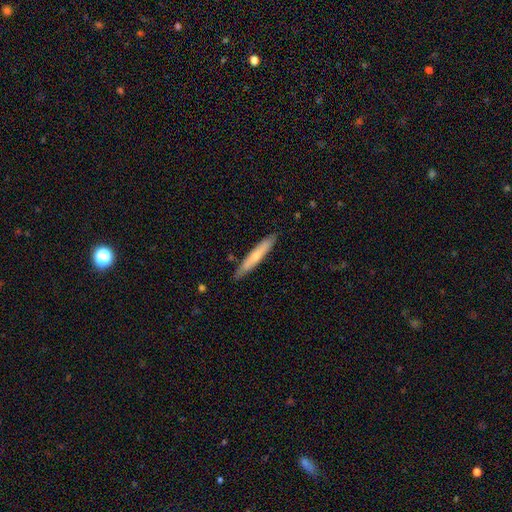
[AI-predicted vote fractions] Smooth or featured? Predicted: smooth (p=0.60). How rounded? Predicted: cigar-shaped (p=0.93). Merging? Predicted: none (p=0.86).